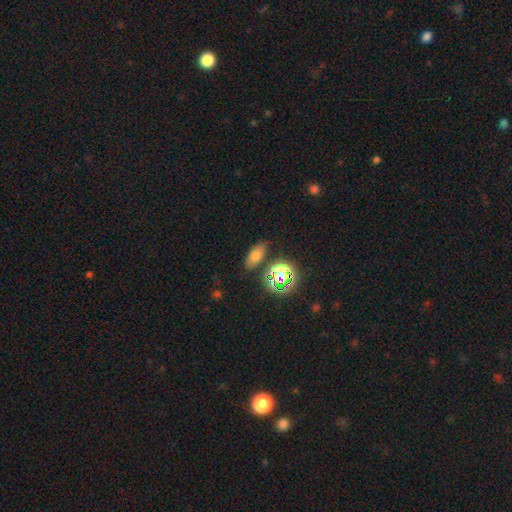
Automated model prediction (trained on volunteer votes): Overall: smooth (63%). How rounded: in between (80%). Merging: none (80%).